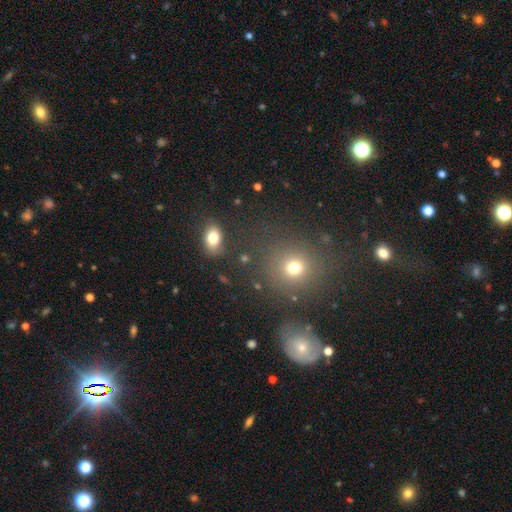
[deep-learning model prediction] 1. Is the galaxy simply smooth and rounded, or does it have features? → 46% star or artifact, 44% smooth, 10% featured or disk.